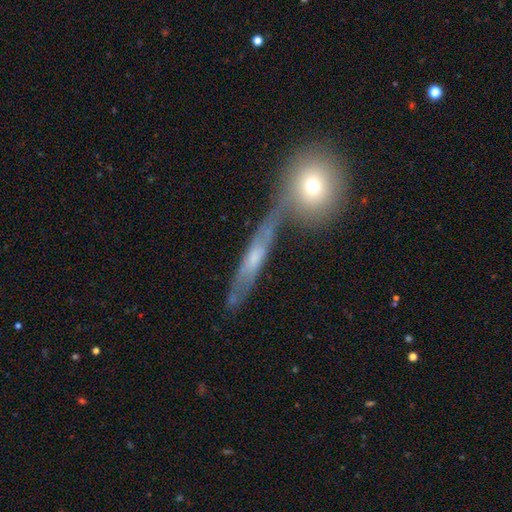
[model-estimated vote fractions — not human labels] featured or disk 60%, smooth 30%, star or artifact 11%. Down the decision tree: edge-on disk — yes (59%); merging — none (56%).